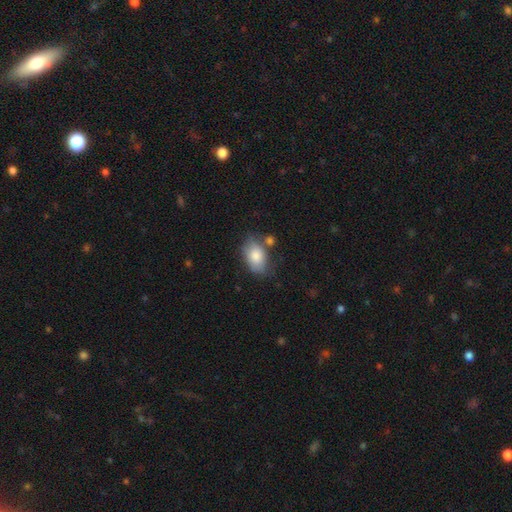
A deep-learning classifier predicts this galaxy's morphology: Overall: smooth (82%). How rounded: in between (86%). Merging: none (62%; minor disturbance 22%).